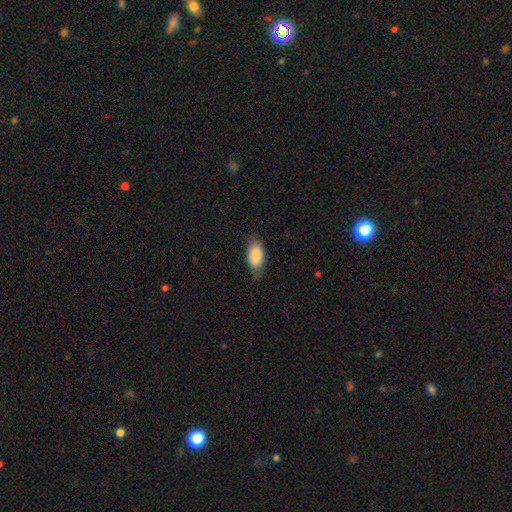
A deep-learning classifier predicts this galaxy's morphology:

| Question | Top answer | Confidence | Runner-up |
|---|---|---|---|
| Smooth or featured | smooth | 85% | featured or disk (9%) |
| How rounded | in between | 92% | cigar-shaped (4%) |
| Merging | none | 71% | minor disturbance (23%) |